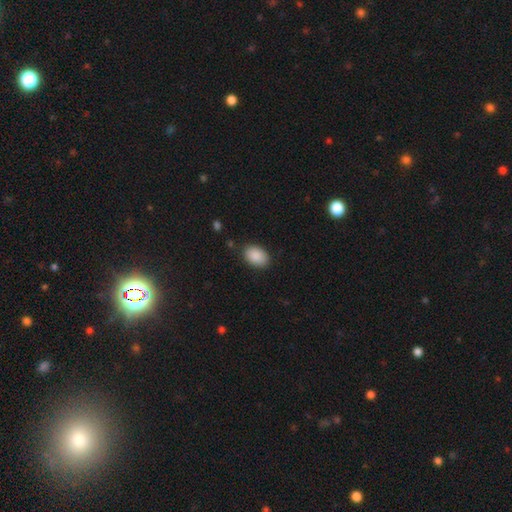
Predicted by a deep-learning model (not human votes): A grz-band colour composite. It shows a smooth galaxy with no disk features (90%) that is in between round and cigar-shaped (87%). Merging: none (85%).